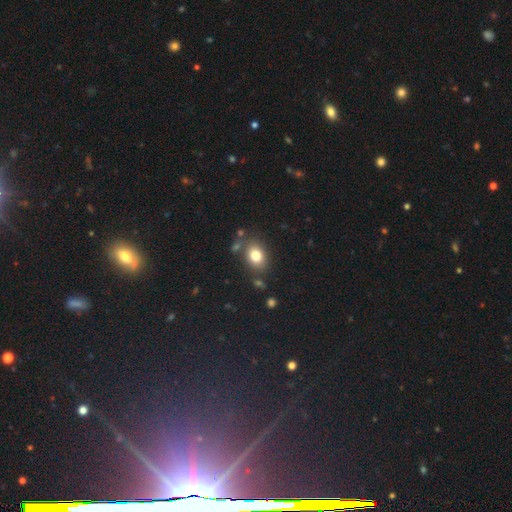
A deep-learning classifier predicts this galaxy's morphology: The model was most divided on "how rounded": in between: 65%, round: 34%, cigar-shaped: 1%. More confident: smooth or featured — smooth (80%); merging — none (75%).